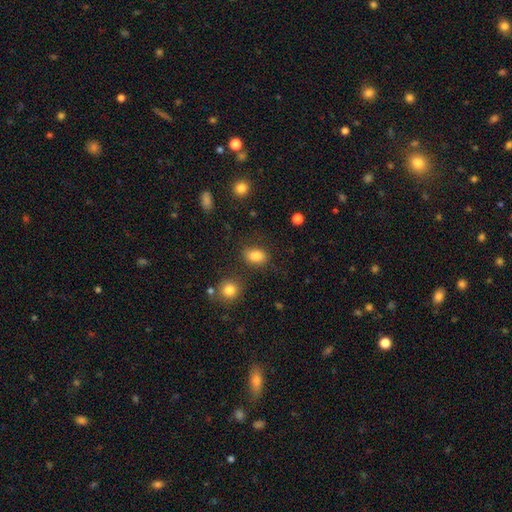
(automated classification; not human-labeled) Smooth or featured: smooth — 85% (star or artifact — 10%)
How rounded: in between — 80% (round — 19%)
Merging: none — 77% (minor disturbance — 14%)